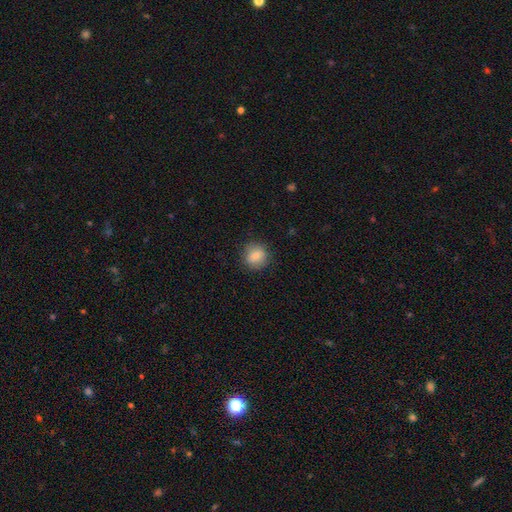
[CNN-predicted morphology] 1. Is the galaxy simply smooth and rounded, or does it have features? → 83% smooth, 9% star or artifact, 9% featured or disk.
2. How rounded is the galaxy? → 84% round, 15% in between, 1% cigar-shaped.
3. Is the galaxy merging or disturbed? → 87% none, 9% minor disturbance, 3% major disturbance, 1% merger.